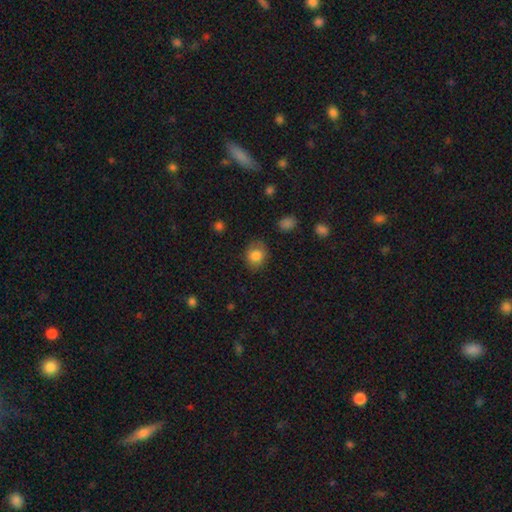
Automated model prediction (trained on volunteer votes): The model was most divided on "how rounded": round: 68%, in between: 31%, cigar-shaped: 1%. More confident: smooth or featured — smooth (82%); merging — none (80%).